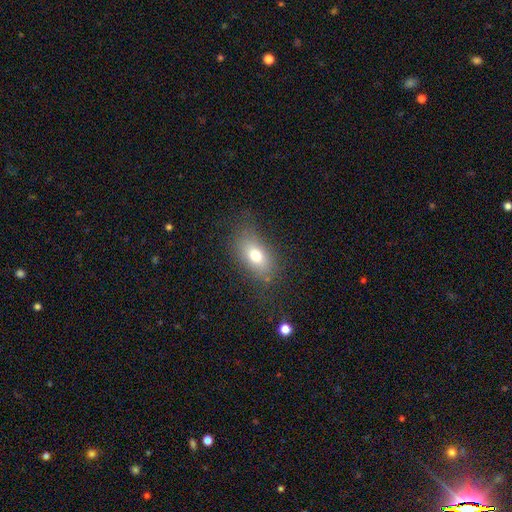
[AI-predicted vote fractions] Smooth or featured?
  - smooth: 73% *
  - featured or disk: 16%
  - star or artifact: 11%
How rounded?
  - in between: 83% *
  - round: 12%
  - cigar-shaped: 5%
Merging?
  - none: 76% *
  - minor disturbance: 15%
  - major disturbance: 7%
  - merger: 2%